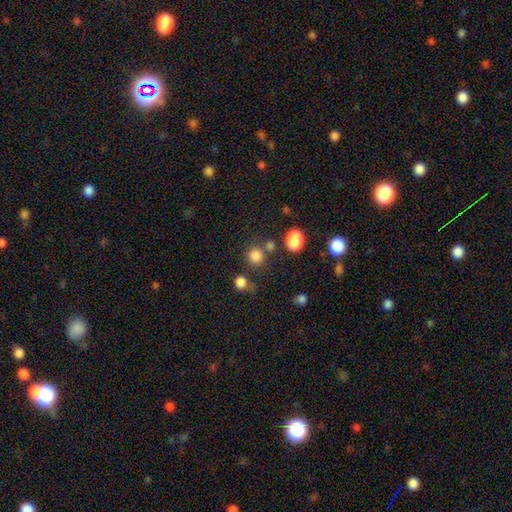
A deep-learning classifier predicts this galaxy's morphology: type=smooth (81%); roundness=round (87%); merging=none (72%).